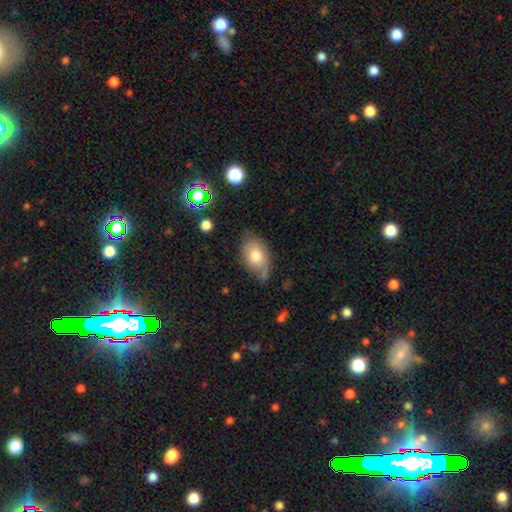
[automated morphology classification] Overall: smooth (71%). How rounded: in between (88%). Merging: none (57%; minor disturbance 31%).